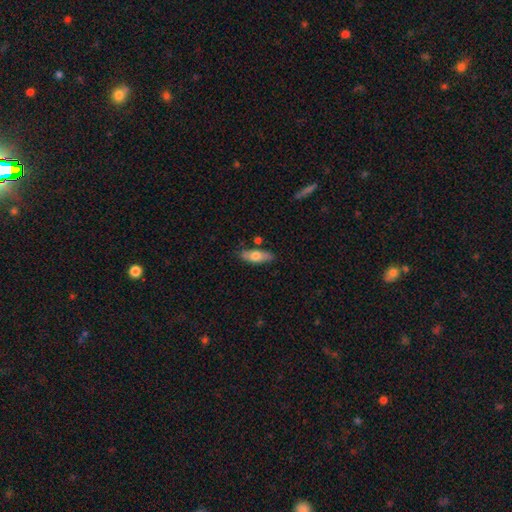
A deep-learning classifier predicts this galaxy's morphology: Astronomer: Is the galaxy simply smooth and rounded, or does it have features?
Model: smooth — 69%.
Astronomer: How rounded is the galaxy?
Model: in between — 71%.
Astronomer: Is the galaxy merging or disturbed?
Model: none — 78%.